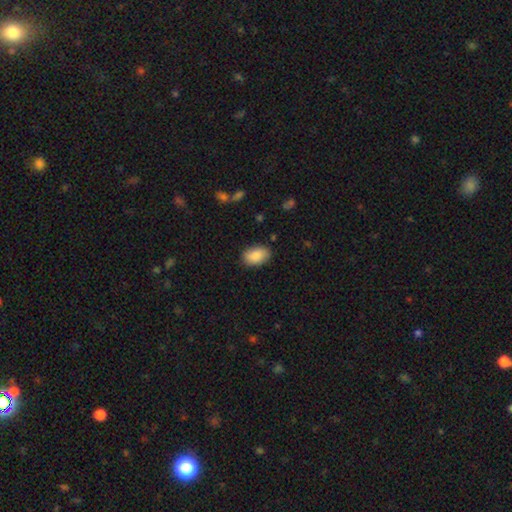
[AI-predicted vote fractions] Q: Smooth or featured?
A: smooth (88%); runner-up: star or artifact (7%)
Q: How rounded?
A: in between (91%); runner-up: round (7%)
Q: Merging?
A: none (86%); runner-up: minor disturbance (11%)